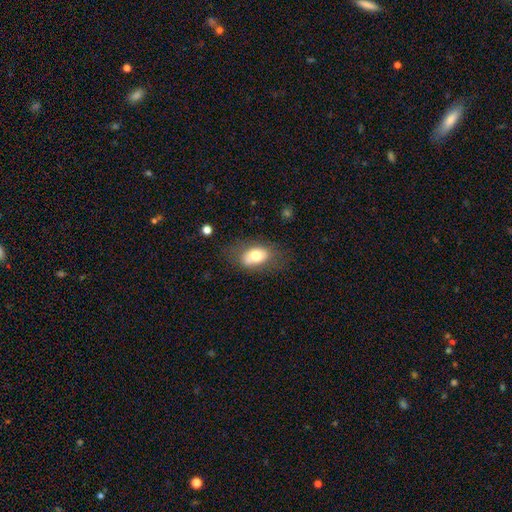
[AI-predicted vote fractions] Smooth or featured? Predicted: smooth (p=0.68). How rounded? Predicted: in between (p=0.85). Merging? Predicted: none (p=0.62).